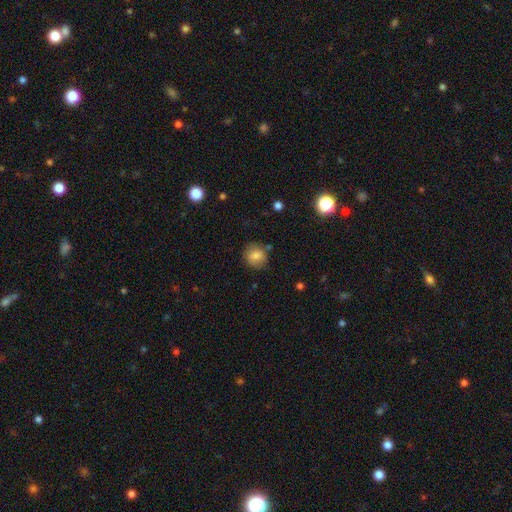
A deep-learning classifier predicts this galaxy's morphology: This is likely a smooth galaxy (80%). How rounded: clearly round (80%). Merging: likely none (78%).